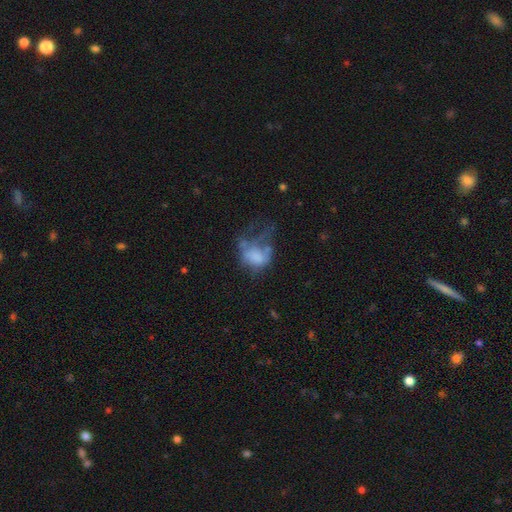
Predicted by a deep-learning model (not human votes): Smooth or featured: smooth — 52% (featured or disk — 35%)
How rounded: in between — 69% (round — 29%)
Merging: major disturbance — 50% (none — 19%)